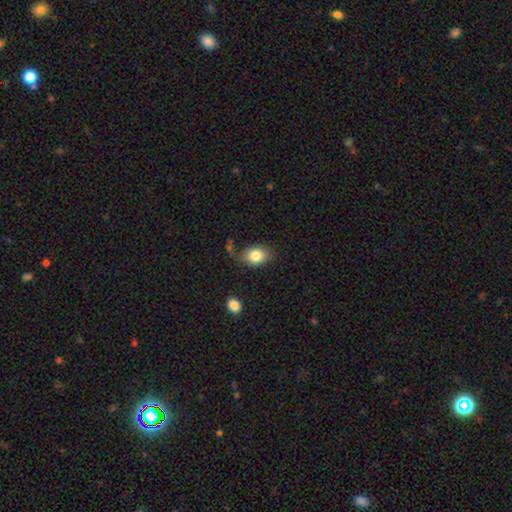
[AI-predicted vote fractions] Smooth or featured? Predicted: smooth (p=0.84). How rounded? Predicted: in between (p=0.74). Merging? Predicted: none (p=0.75).